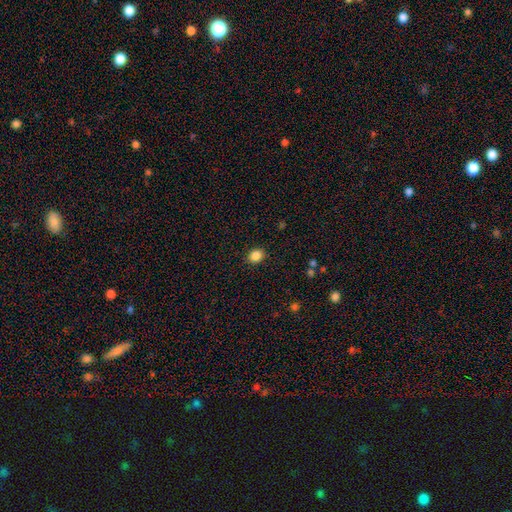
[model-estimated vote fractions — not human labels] Smooth or featured: smooth — 86% (star or artifact — 10%)
How rounded: round — 55% (in between — 44%)
Merging: none — 89% (minor disturbance — 8%)